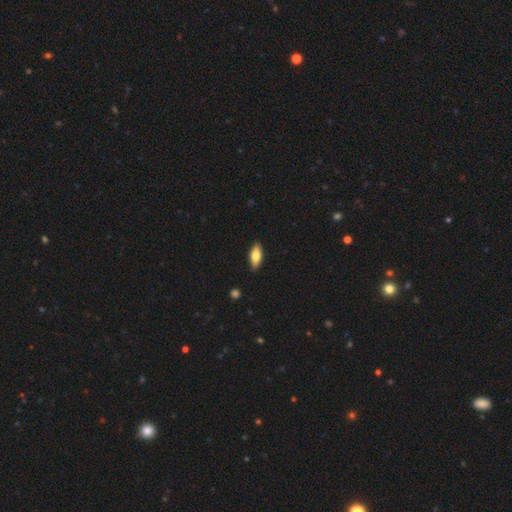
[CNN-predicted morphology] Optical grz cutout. It shows a smooth galaxy with no disk features (73%) that is in between round and cigar-shaped (81%). Merging: none (87%).